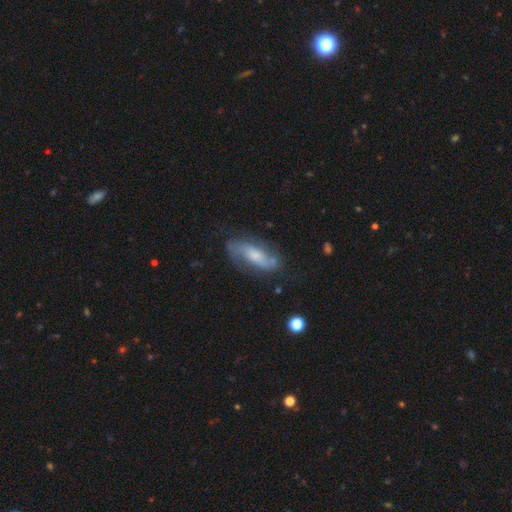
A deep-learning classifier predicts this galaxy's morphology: smooth-or-featured: featured or disk: 68% | smooth: 25% | star or artifact: 7%
  disk-edge-on: no: 89% | yes: 11%
    bar: no: 53% | weak: 34% | strong: 12%
    has-spiral-arms: yes: 90% | no: 10%
      spiral-winding: loose: 41% | medium: 40% | tight: 19%
      spiral-arm-count: 2: 83% | can't tell: 10% | 1: 4% | 3: 2% | 4: 1% | more than 4: 1%
    bulge-size: small: 48% | moderate: 33% | none: 11% | large: 6% | dominant: 2%
  merging: none: 67% | minor disturbance: 21% | major disturbance: 9% | merger: 3%